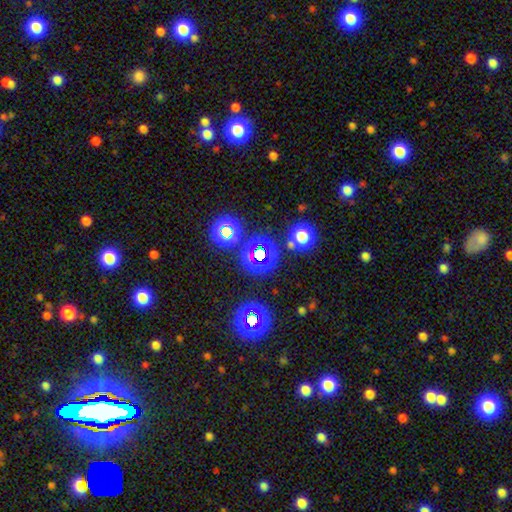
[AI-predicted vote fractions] smooth-or-featured: star or artifact: 64% | smooth: 25% | featured or disk: 10%